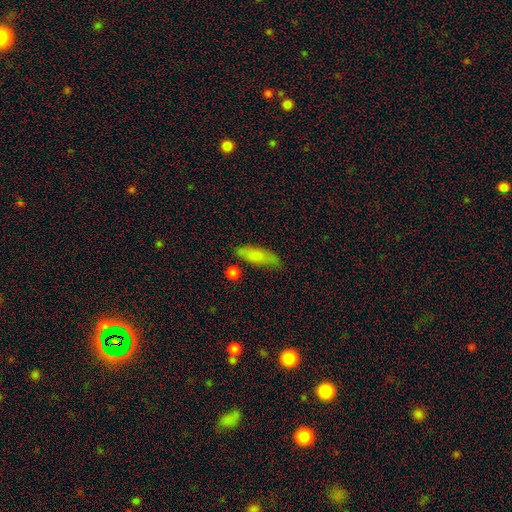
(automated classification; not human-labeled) A smooth galaxy with no disk features (78%) that is in between round and cigar-shaped (53%).

Vote fractions:
- Smooth or featured? smooth: 78% / featured or disk: 15% / star or artifact: 7%
- How rounded? in between: 53% / cigar-shaped: 44% / round: 3%
- Merging? none: 71% / minor disturbance: 19% / merger: 5% / major disturbance: 5%